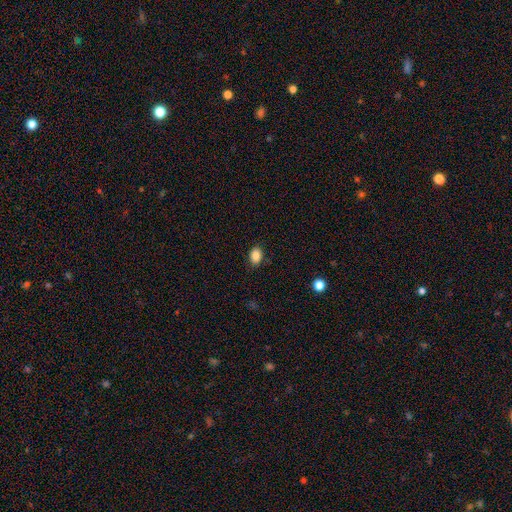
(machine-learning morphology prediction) Smooth or featured? Predicted: smooth (p=0.87). How rounded? Predicted: in between (p=0.73). Merging? Predicted: none (p=0.87).